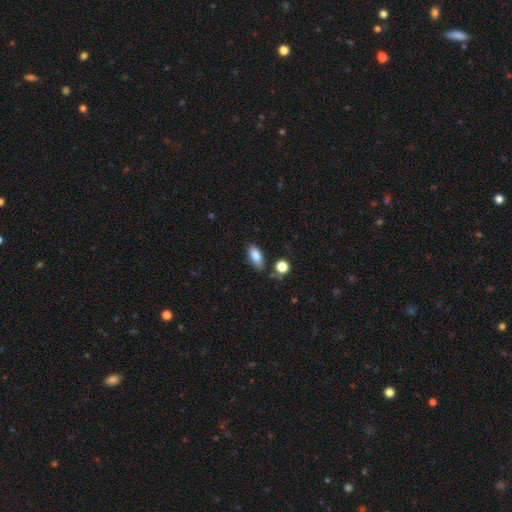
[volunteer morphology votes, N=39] Smooth or featured? 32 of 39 (82%) said smooth. How rounded? 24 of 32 (75%) said in between. Merging? 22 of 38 (58%) said none.